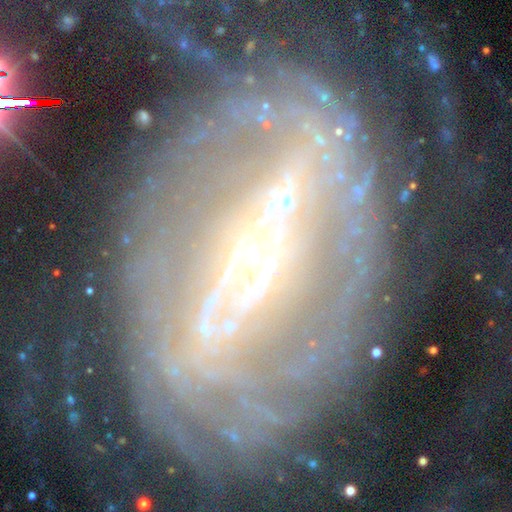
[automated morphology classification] A featured or disk galaxy (84%) with a strong bar (64%), 2 (45%) tight (43%) spiral arms (82%) and a small central bulge (74%). Merging: none (55%).